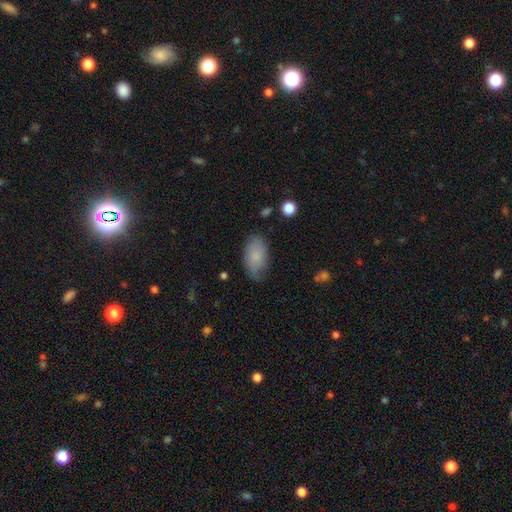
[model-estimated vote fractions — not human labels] Overall: smooth (76%). How rounded: in between (93%). Merging: none (71%).